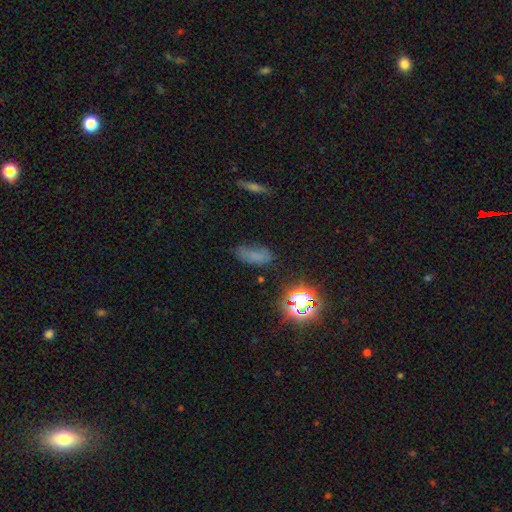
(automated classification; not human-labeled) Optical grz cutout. It shows a smooth galaxy with no disk features (60%) that is in between round and cigar-shaped (78%). Merging: none (54%).